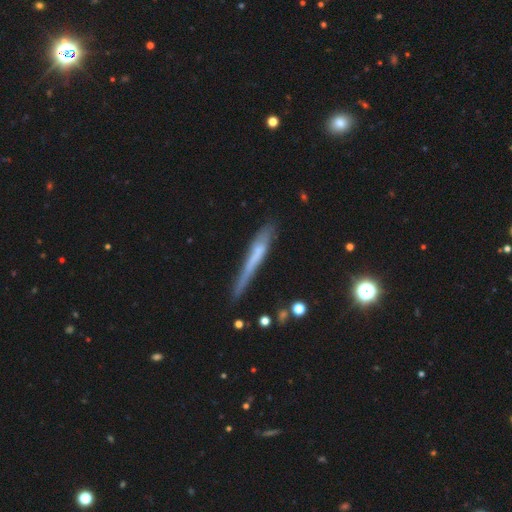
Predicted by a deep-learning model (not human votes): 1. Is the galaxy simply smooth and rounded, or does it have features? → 46% smooth, 45% featured or disk, 9% star or artifact.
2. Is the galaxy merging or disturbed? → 60% none, 26% minor disturbance, 10% major disturbance, 4% merger.